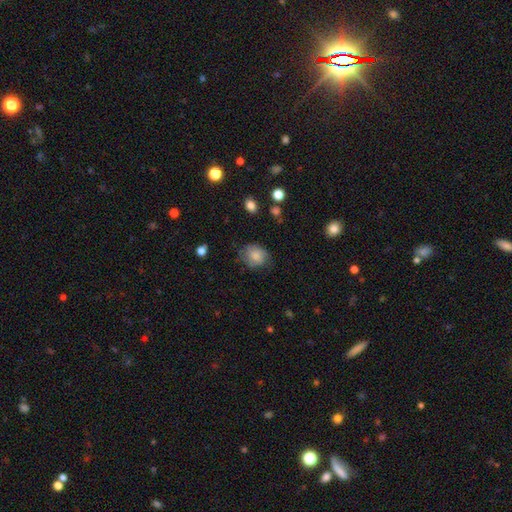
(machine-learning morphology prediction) Smooth or featured?
  - smooth: 79% *
  - featured or disk: 13%
  - star or artifact: 8%
How rounded?
  - round: 61% *
  - in between: 38%
  - cigar-shaped: 1%
Merging?
  - none: 65% *
  - minor disturbance: 26%
  - major disturbance: 8%
  - merger: 1%